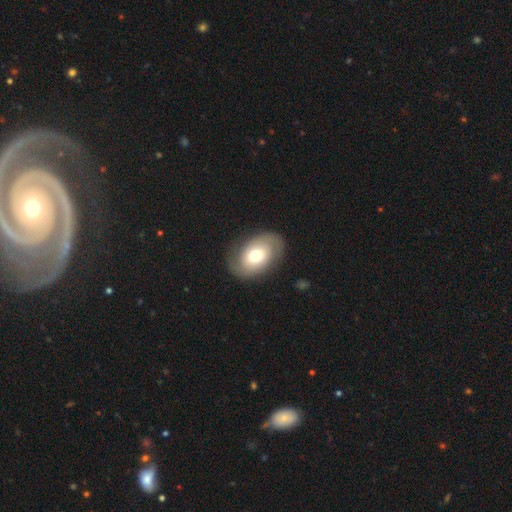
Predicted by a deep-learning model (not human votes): A smooth galaxy with no disk features (50%) that is in between round and cigar-shaped (79%).

Vote fractions:
- Smooth or featured? smooth: 50% / featured or disk: 43% / star or artifact: 7%
- How rounded? in between: 79% / round: 19% / cigar-shaped: 1%
- Merging? none: 78% / minor disturbance: 14% / major disturbance: 6% / merger: 1%